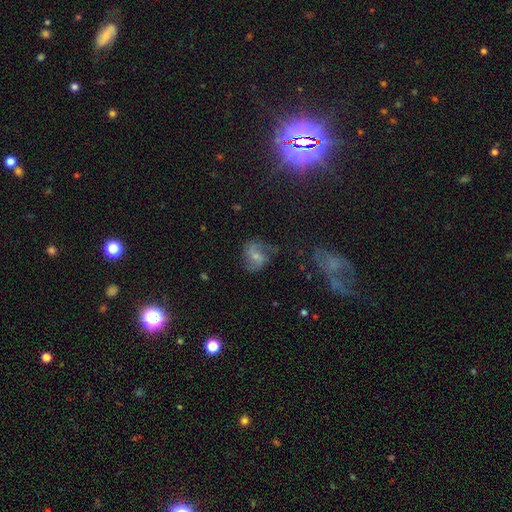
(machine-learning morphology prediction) Smooth or featured? Predicted: featured or disk (p=0.57). Edge-on disk? Predicted: no (p=0.97). Bar? Predicted: weak (p=0.46). Spiral arms? Predicted: yes (p=0.84). Bulge size? Predicted: small (p=0.52). Merging? Predicted: none (p=0.58).